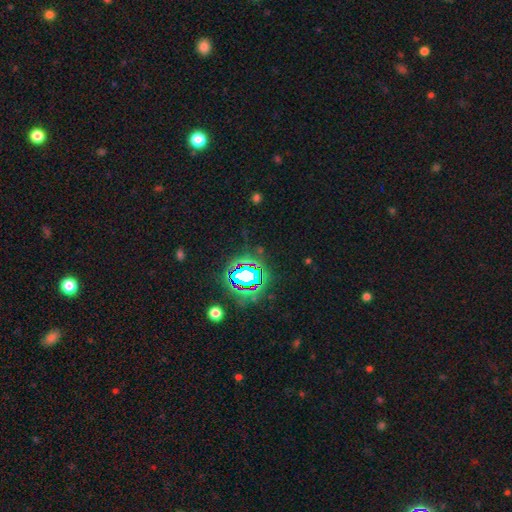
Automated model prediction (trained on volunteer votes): The model was most divided on "smooth or featured": star or artifact: 80%, smooth: 12%, featured or disk: 7%.